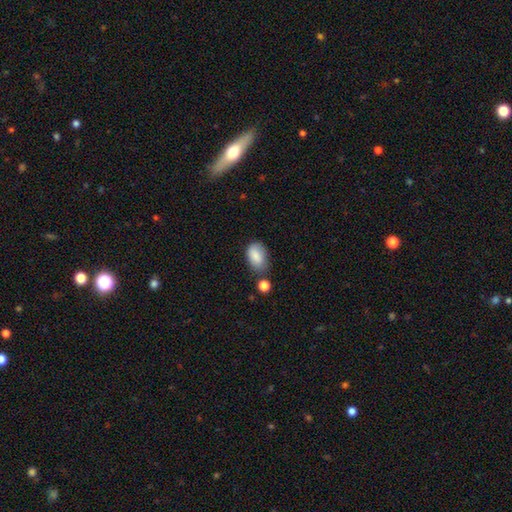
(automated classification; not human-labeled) The model was most divided on "merging": none: 56%, minor disturbance: 27%, merger: 9%, major disturbance: 8%. More confident: how rounded — in between (89%); smooth or featured — smooth (85%).